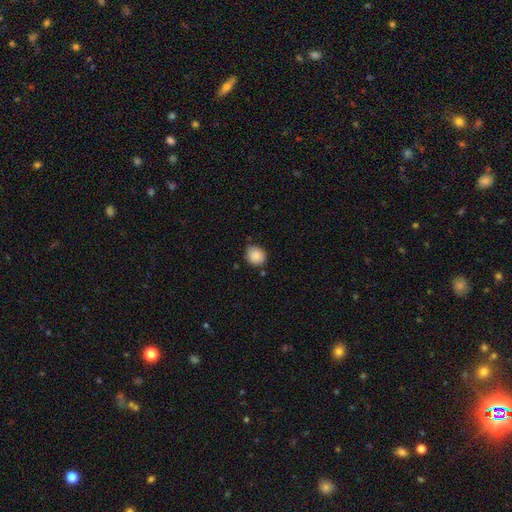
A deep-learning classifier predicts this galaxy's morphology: Overall: smooth (88%). How rounded: round (78%). Merging: none (76%).